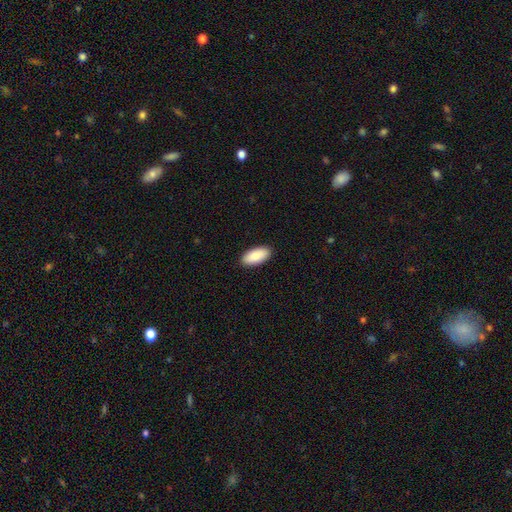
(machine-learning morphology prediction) The model was most divided on "smooth or featured": smooth: 87%, featured or disk: 7%, star or artifact: 6%. More confident: how rounded — in between (92%); merging — none (91%).